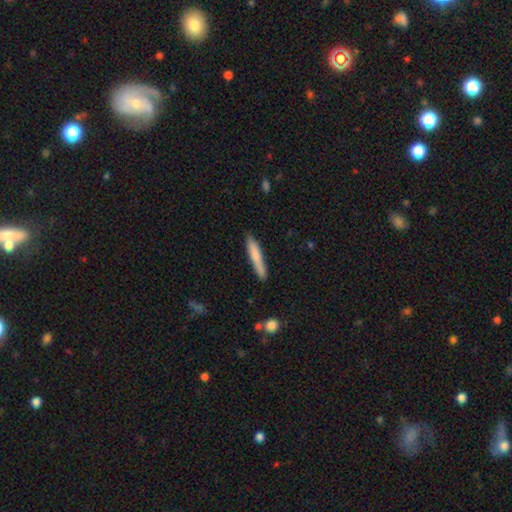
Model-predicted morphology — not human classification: Q: Smooth or featured?
A: smooth (75%); runner-up: featured or disk (19%)
Q: How rounded?
A: cigar-shaped (93%); runner-up: in between (6%)
Q: Merging?
A: none (84%); runner-up: minor disturbance (12%)